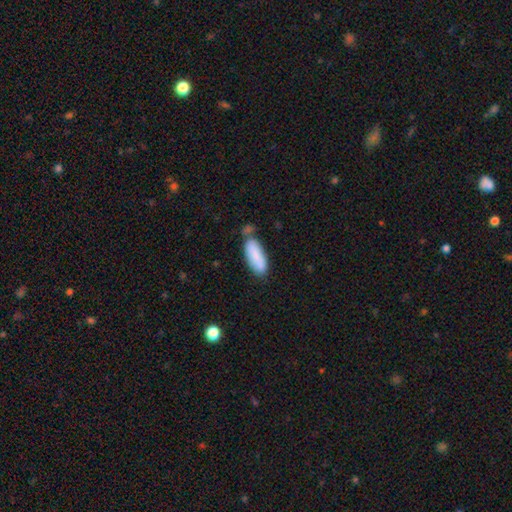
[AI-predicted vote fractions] This is clearly a smooth galaxy (83%). How rounded: likely in between (70%). Merging: possibly none (56%).